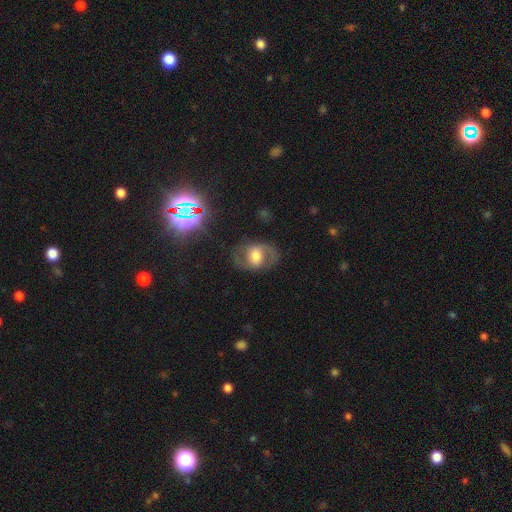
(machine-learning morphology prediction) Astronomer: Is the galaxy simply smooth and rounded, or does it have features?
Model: featured or disk — 65%.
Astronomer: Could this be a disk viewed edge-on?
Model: no — 95%.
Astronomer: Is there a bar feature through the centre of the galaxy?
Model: weak — 41% (runner-up: no, 40%).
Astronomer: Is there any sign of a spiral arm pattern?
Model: yes — 79%.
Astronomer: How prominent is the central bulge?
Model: moderate — 49% (runner-up: large, 33%).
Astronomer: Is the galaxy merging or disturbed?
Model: none — 74%.